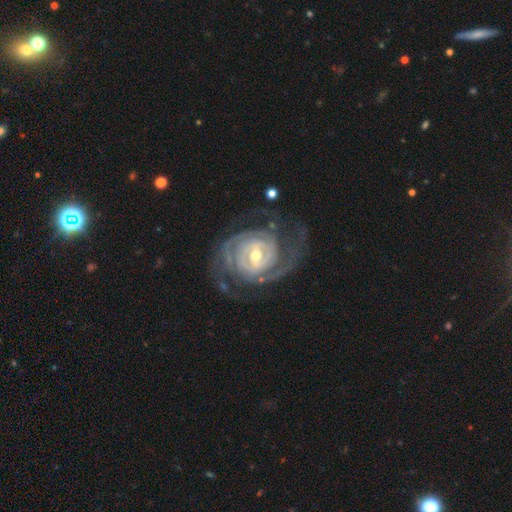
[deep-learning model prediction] Q: Smooth or featured?
A: featured or disk (92%); runner-up: star or artifact (4%)
Q: Edge-on disk?
A: no (97%); runner-up: yes (3%)
Q: Bar?
A: weak (47%); runner-up: strong (28%)
Q: Spiral arms?
A: yes (97%); runner-up: no (3%)
Q: Spiral winding?
A: tight (71%); runner-up: medium (24%)
Q: Spiral arm count?
A: 2 (37%); runner-up: 3 (22%)
Q: Bulge size?
A: moderate (61%); runner-up: small (34%)
Q: Merging?
A: none (69%); runner-up: minor disturbance (16%)